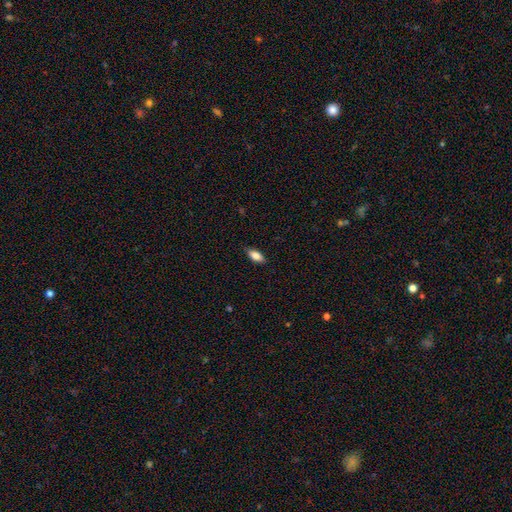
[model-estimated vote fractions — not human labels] Smooth or featured?
  - smooth: 85% *
  - featured or disk: 8%
  - star or artifact: 7%
How rounded?
  - in between: 87% *
  - cigar-shaped: 10%
  - round: 3%
Merging?
  - none: 85% *
  - minor disturbance: 11%
  - major disturbance: 2%
  - merger: 1%